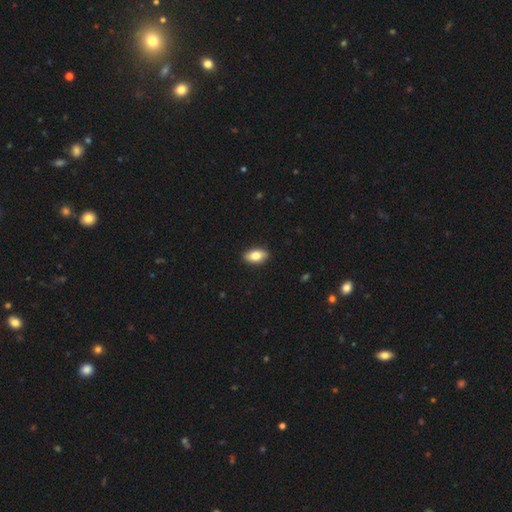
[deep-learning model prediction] This appears to be a smooth galaxy with no disk features (83%) that is in between round and cigar-shaped (92%). Merging: none (90%).